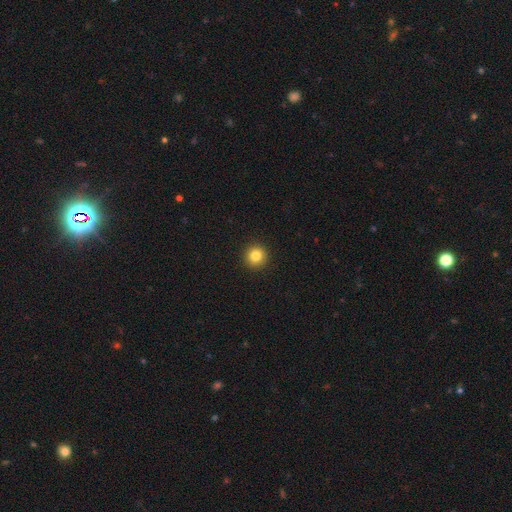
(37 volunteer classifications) Volunteers were most divided on "merging": none: 92%, minor disturbance: 6%, major disturbance: 3%, merger: 0%. More confident: how rounded — round (100%); smooth or featured — smooth (97%).